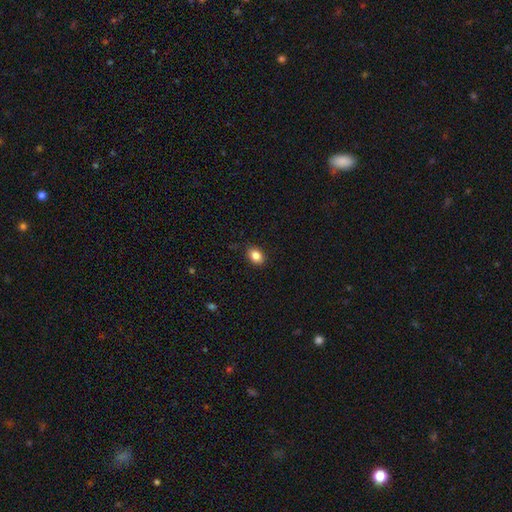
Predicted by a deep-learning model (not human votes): smooth 85%, star or artifact 9%, featured or disk 6%. Down the decision tree: how rounded — in between (74%); merging — none (87%).